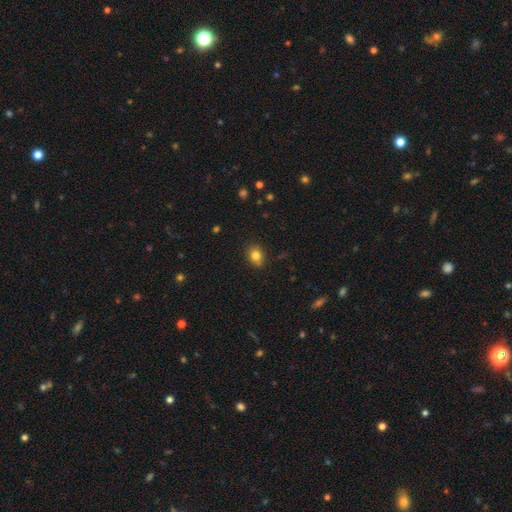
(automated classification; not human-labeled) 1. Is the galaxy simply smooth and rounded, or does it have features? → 80% smooth, 11% star or artifact, 8% featured or disk.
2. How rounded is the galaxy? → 52% round, 47% in between, 1% cigar-shaped.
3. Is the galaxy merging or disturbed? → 81% none, 14% minor disturbance, 3% major disturbance, 2% merger.